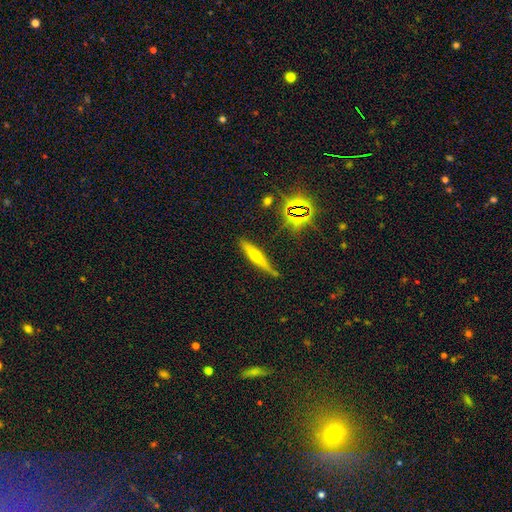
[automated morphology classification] Smooth or featured? featured or disk (48%)
Merging? none (78%)